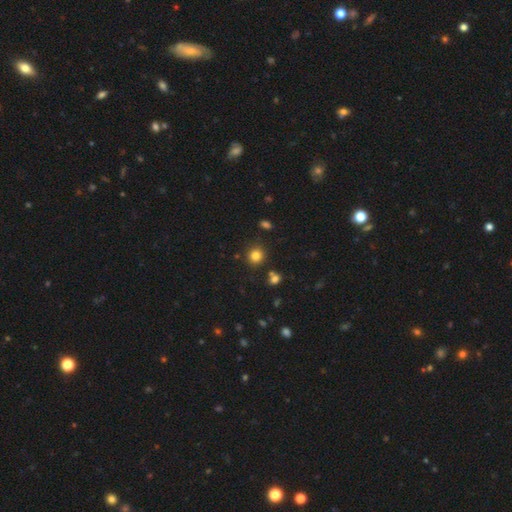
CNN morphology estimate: Smooth or featured? smooth (81%)
How rounded? round (89%)
Merging? none (84%)